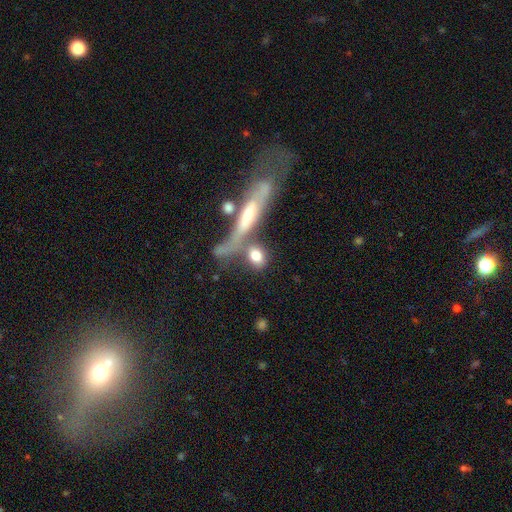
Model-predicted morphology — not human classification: Smooth or featured? smooth (71%)
How rounded? in between (47%)
Merging? none (50%)